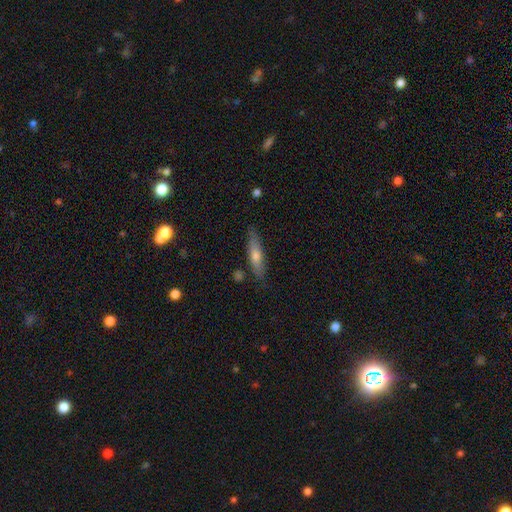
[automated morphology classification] Smooth or featured: featured or disk — 48% (smooth — 44%)
Merging: none — 85% (minor disturbance — 11%)